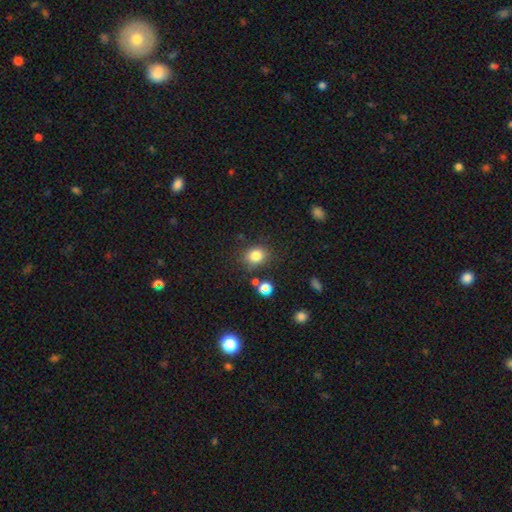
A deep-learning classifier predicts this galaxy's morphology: A smooth galaxy with no disk features (82%) that is round (62%). Merging: none (75%).